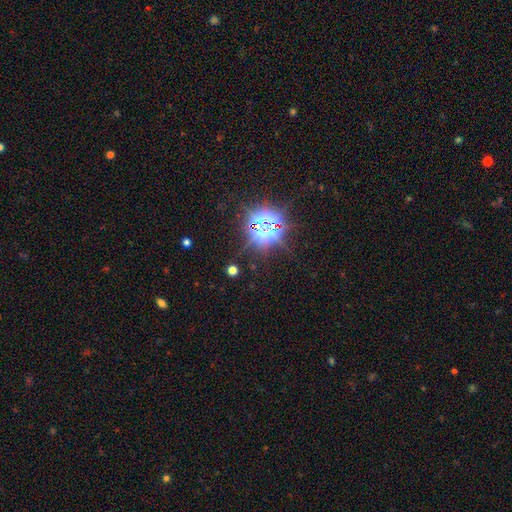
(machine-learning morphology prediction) This is clearly a star or artifact rather than a galaxy (84%).